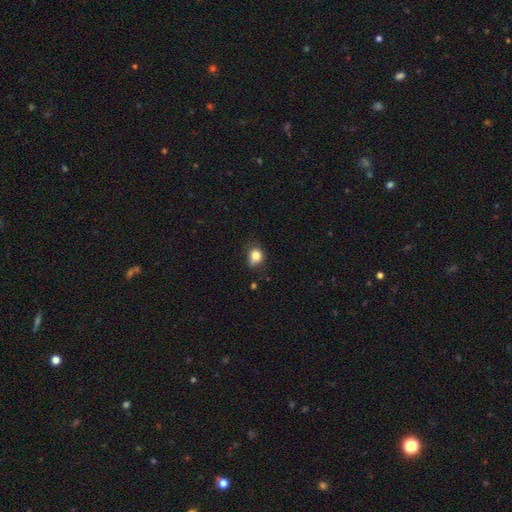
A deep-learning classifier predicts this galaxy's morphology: This is clearly a smooth galaxy (81%). How rounded: possibly round (58%). Merging: possibly none (56%).